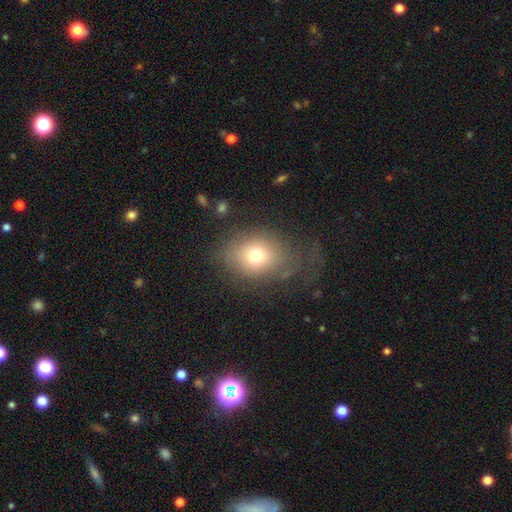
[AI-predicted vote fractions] Smooth or featured?
  - smooth: 72% *
  - featured or disk: 16%
  - star or artifact: 12%
How rounded?
  - in between: 52% *
  - round: 47%
  - cigar-shaped: 1%
Merging?
  - none: 59% *
  - minor disturbance: 20%
  - major disturbance: 19%
  - merger: 2%